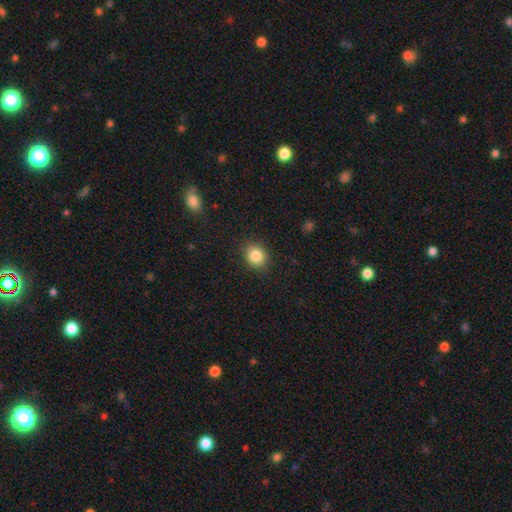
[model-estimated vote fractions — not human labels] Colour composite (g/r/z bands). It shows a smooth galaxy with no disk features (85%) that is round (70%). Merging: none (88%).